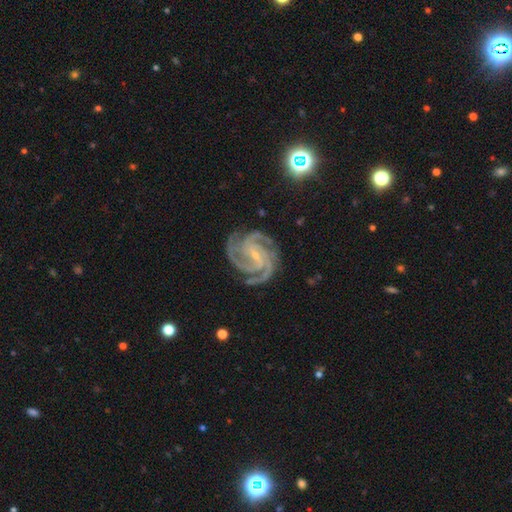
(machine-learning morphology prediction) A featured or disk galaxy (92%) with a weak bar (40%), 4 (39%) tight (61%) spiral arms (99%) and a small central bulge (82%).

Vote fractions:
- Smooth or featured? featured or disk: 92% / star or artifact: 5% / smooth: 3%
- Edge-on disk? no: 98% / yes: 2%
- Bar? weak: 40% / no: 35% / strong: 25%
- Spiral arms? yes: 99% / no: 1%
- Spiral winding? tight: 61% / medium: 35% / loose: 4%
- Spiral arm count? 4: 39% / 3: 36% / 2: 7% / can't tell: 6% / more than 4: 6% / 1: 5%
- Bulge size? small: 82% / moderate: 12% / none: 4% / large: 1% / dominant: 1%
- Merging? none: 79% / minor disturbance: 15% / major disturbance: 5% / merger: 1%